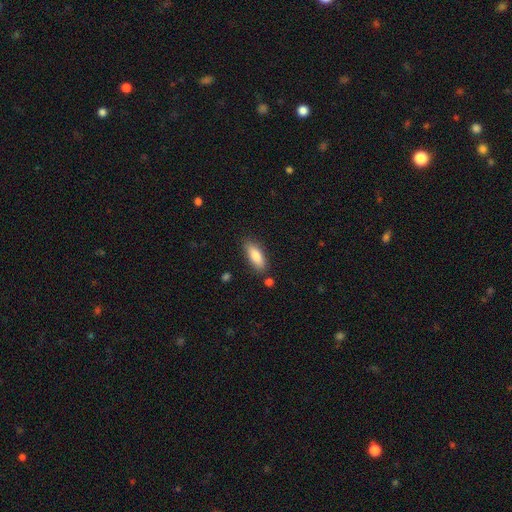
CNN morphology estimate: Smooth or featured? smooth (81%)
How rounded? in between (71%)
Merging? none (81%)